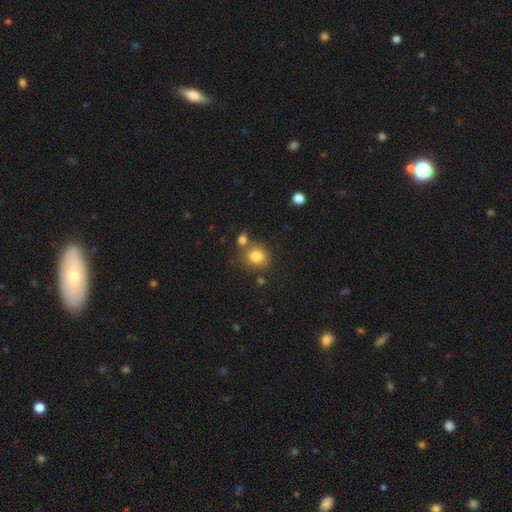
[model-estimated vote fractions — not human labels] This is clearly a smooth galaxy (81%). How rounded: likely round (80%). Merging: likely none (67%).